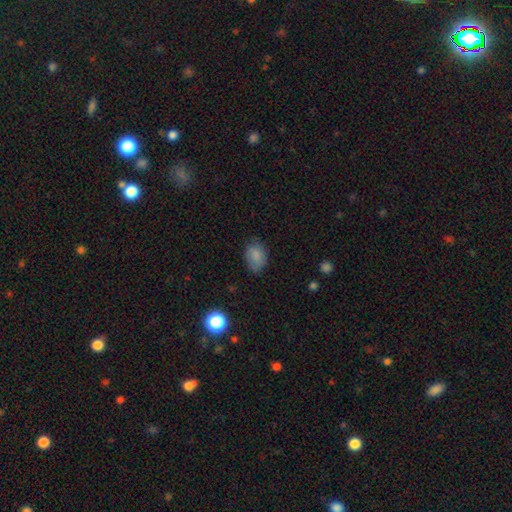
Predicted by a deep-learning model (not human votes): Smooth or featured?
  - smooth: 82% *
  - star or artifact: 10%
  - featured or disk: 8%
How rounded?
  - in between: 76% *
  - round: 23%
  - cigar-shaped: 1%
Merging?
  - none: 66% *
  - minor disturbance: 26%
  - major disturbance: 6%
  - merger: 1%